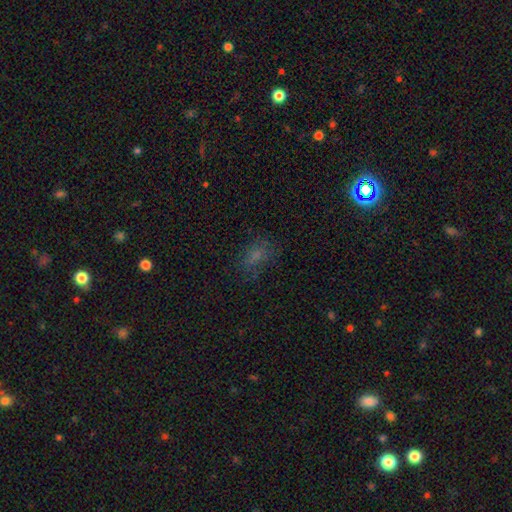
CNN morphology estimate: type=smooth (61%); roundness=in between (78%); merging=none (64%).